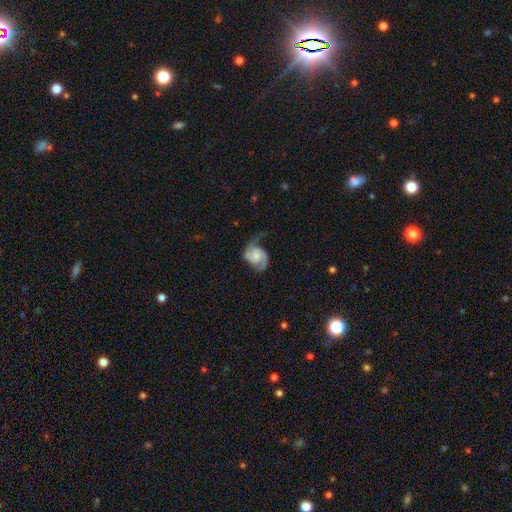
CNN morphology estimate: featured or disk 72%, smooth 21%, star or artifact 7%. Down the decision tree: edge-on disk — no (98%); bar — no (65%); spiral arms — yes (93%); spiral arm count — 2 (87%); spiral winding — medium (42%); bulge size — small (35%); merging — none (47%).